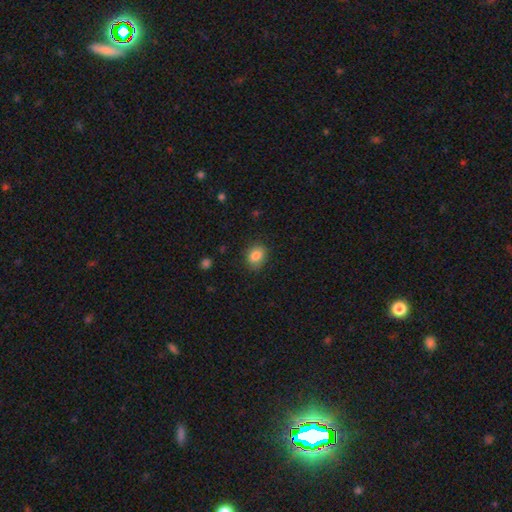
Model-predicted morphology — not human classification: A smooth galaxy with no disk features (85%) that is in between round and cigar-shaped (55%).

Vote fractions:
- Smooth or featured? smooth: 85% / star or artifact: 9% / featured or disk: 6%
- How rounded? in between: 55% / round: 44% / cigar-shaped: 1%
- Merging? none: 83% / minor disturbance: 13% / major disturbance: 3% / merger: 1%